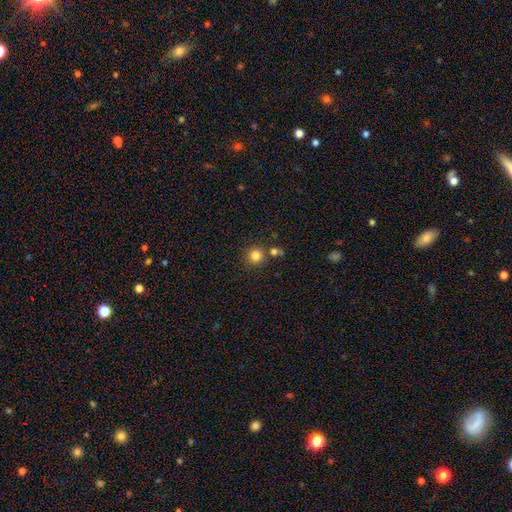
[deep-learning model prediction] This is clearly a smooth galaxy (82%). How rounded: clearly round (93%). Merging: likely none (77%).